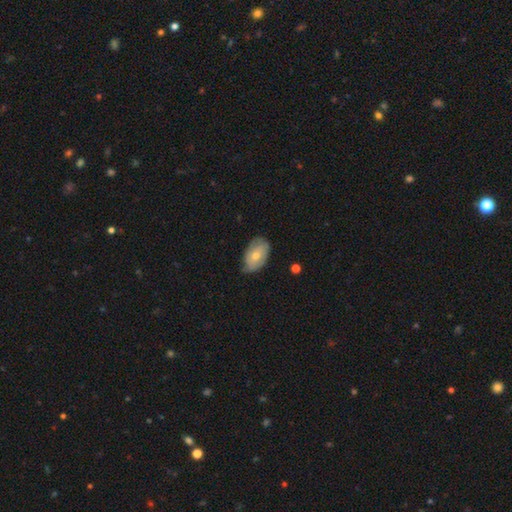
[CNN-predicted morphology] Q: Smooth or featured?
A: smooth (57%); runner-up: featured or disk (37%)
Q: How rounded?
A: in between (90%); runner-up: round (9%)
Q: Merging?
A: none (65%); runner-up: minor disturbance (29%)